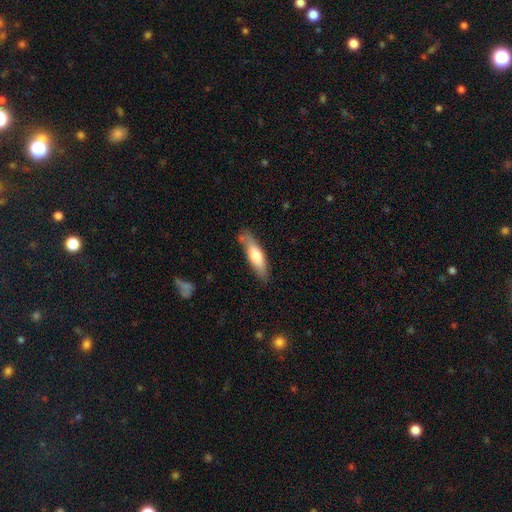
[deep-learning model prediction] Smooth or featured: smooth — 66% (featured or disk — 28%)
How rounded: cigar-shaped — 62% (in between — 37%)
Merging: none — 75% (minor disturbance — 17%)